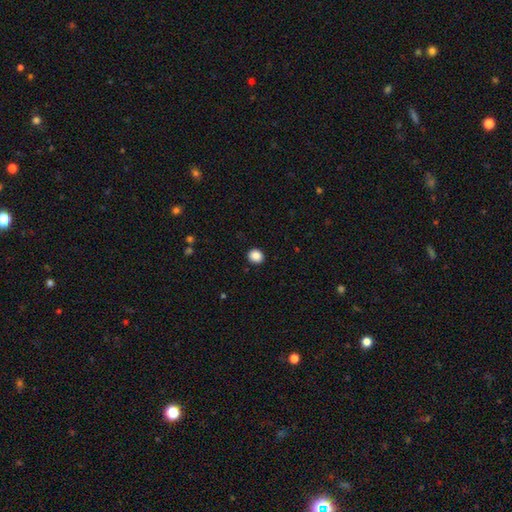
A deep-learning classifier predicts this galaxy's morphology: Overall: smooth (88%). How rounded: round (81%). Merging: none (91%).